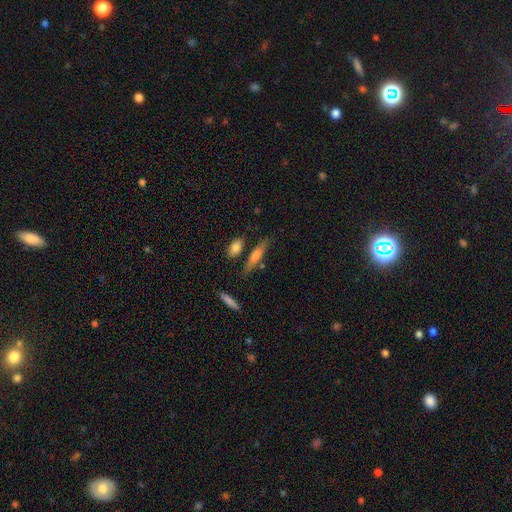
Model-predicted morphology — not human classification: Smooth or featured?
  - smooth: 57% *
  - featured or disk: 35%
  - star or artifact: 8%
How rounded?
  - cigar-shaped: 75% *
  - in between: 22%
  - round: 3%
Merging?
  - none: 74% *
  - minor disturbance: 14%
  - merger: 8%
  - major disturbance: 4%